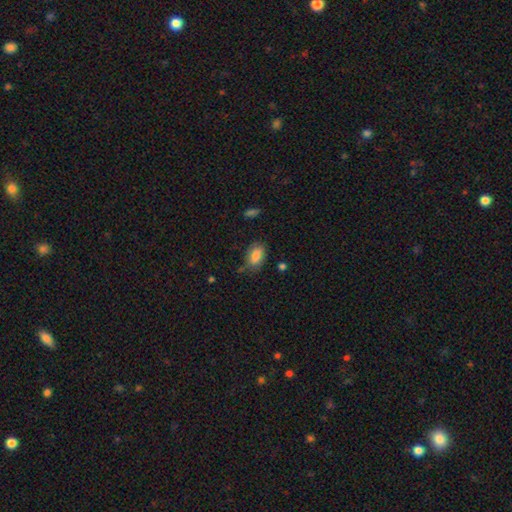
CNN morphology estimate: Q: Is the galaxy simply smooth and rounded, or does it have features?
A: smooth — 82%.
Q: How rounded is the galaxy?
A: in between — 89%.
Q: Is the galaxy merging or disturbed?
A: none — 68%.